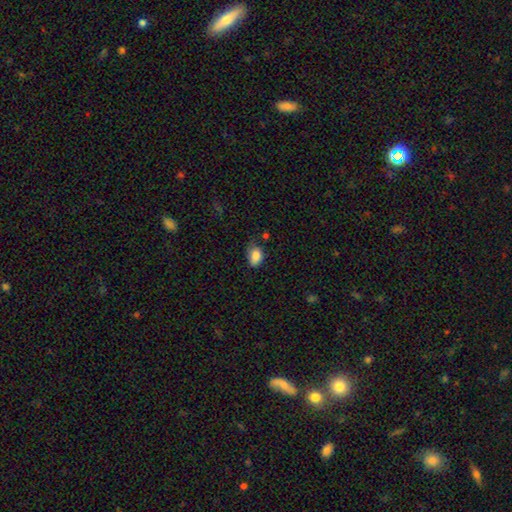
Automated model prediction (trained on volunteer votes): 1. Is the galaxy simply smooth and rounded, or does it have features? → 85% smooth, 9% star or artifact, 6% featured or disk.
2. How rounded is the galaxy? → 80% in between, 19% round, 1% cigar-shaped.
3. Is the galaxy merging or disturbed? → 53% none, 36% minor disturbance, 8% major disturbance, 3% merger.